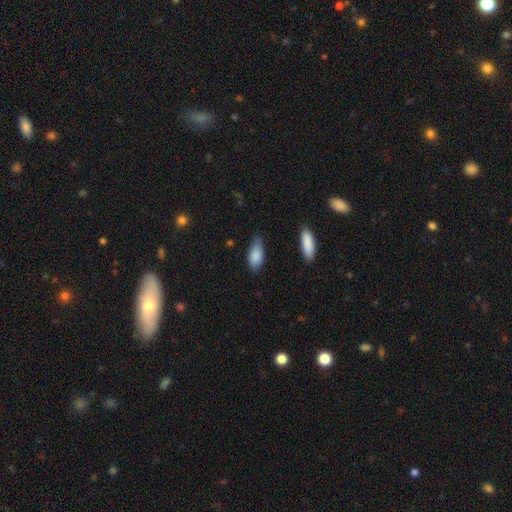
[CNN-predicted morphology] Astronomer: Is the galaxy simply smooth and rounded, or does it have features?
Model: smooth — 86%.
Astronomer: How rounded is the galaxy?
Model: in between — 85%.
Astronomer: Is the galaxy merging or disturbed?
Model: none — 62%.